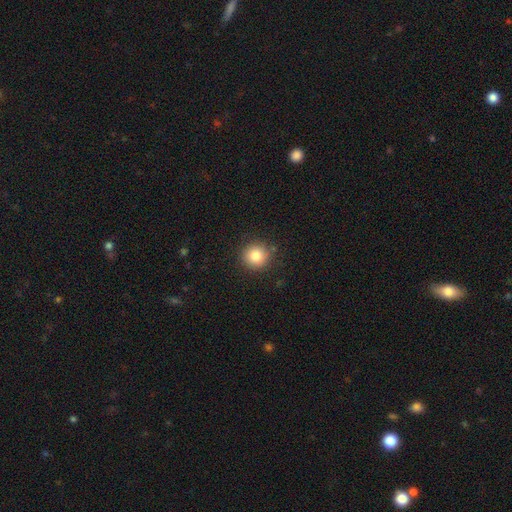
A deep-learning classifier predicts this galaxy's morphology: type=smooth (83%); roundness=round (93%); merging=none (88%).